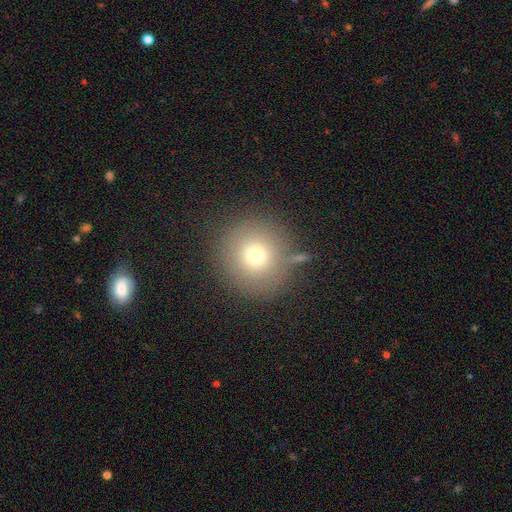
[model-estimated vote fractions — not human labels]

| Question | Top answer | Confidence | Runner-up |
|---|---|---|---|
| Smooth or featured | smooth | 73% | star or artifact (15%) |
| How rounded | round | 95% | in between (4%) |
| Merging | none | 81% | minor disturbance (9%) |